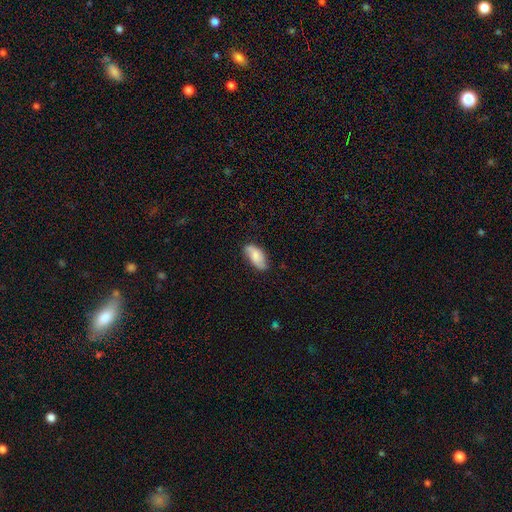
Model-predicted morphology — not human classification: The model was most divided on "smooth or featured": smooth: 68%, featured or disk: 25%, star or artifact: 7%. More confident: how rounded — in between (91%); merging — none (73%).